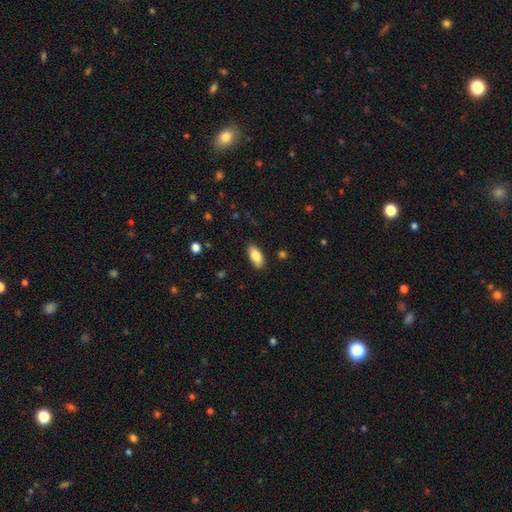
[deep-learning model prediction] smooth_or_featured: smooth (p=0.85) [alt: featured or disk p=0.08]
how_rounded: in between (p=0.89) [alt: cigar-shaped p=0.08]
merging: none (p=0.86) [alt: minor disturbance p=0.11]